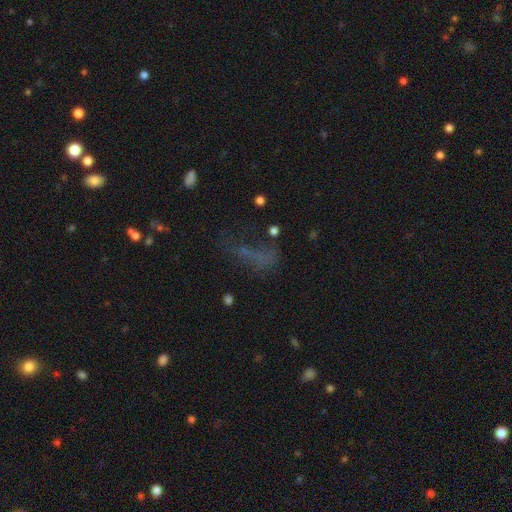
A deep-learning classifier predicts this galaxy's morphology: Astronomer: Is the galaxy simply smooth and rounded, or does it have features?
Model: smooth — 40% (runner-up: star or artifact, 36%).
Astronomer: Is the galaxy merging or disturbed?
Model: none — 38% (runner-up: major disturbance, 37%).